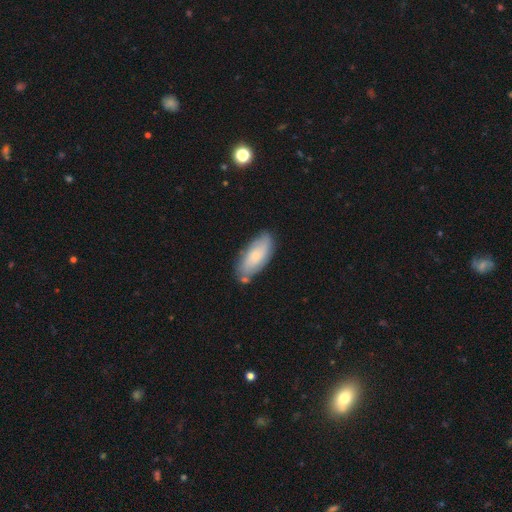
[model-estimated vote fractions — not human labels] smooth_or_featured: smooth (p=0.62) [alt: featured or disk p=0.32]
how_rounded: in between (p=0.83) [alt: cigar-shaped p=0.15]
merging: none (p=0.72) [alt: minor disturbance p=0.18]